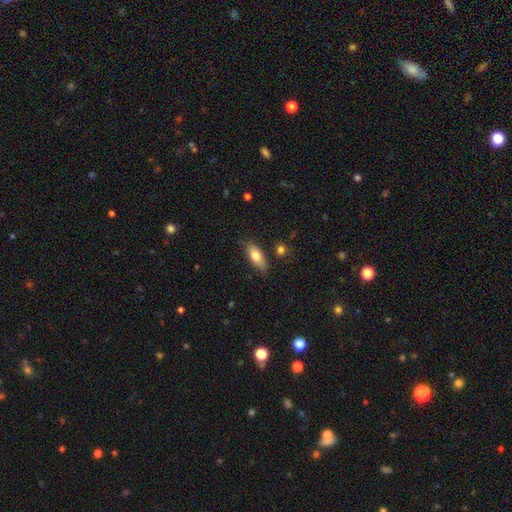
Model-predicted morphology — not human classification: type=smooth (76%); roundness=in between (79%); merging=none (80%).